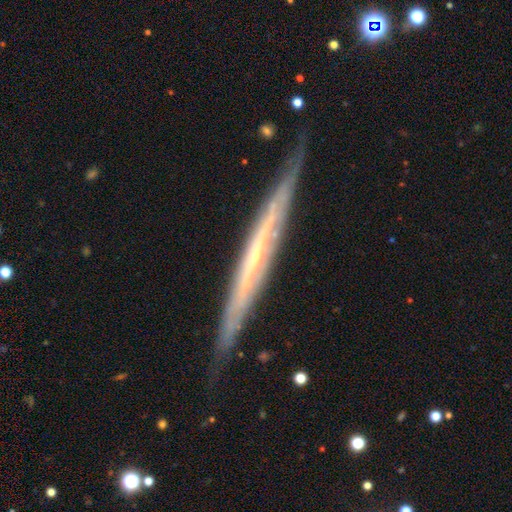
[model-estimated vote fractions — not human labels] Smooth or featured?
  - featured or disk: 80% *
  - smooth: 15%
  - star or artifact: 6%
Edge-on disk?
  - yes: 92% *
  - no: 8%
Edge-on bulge?
  - none: 61% *
  - rounded: 34%
  - boxy: 5%
Merging?
  - none: 83% *
  - minor disturbance: 14%
  - major disturbance: 2%
  - merger: 1%